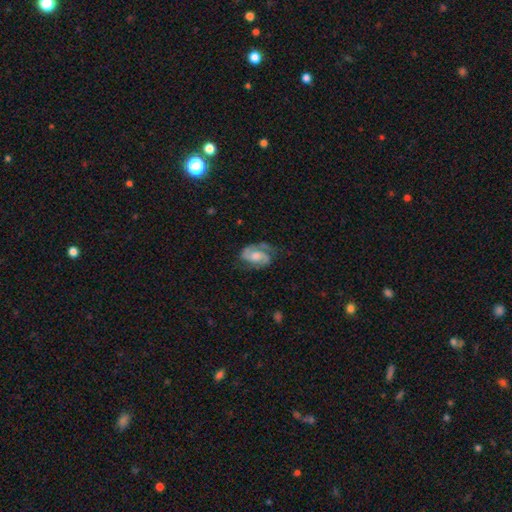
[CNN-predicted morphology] Q: Smooth or featured?
A: featured or disk (79%); runner-up: smooth (15%)
Q: Edge-on disk?
A: no (97%); runner-up: yes (3%)
Q: Bar?
A: no (54%); runner-up: weak (37%)
Q: Spiral arms?
A: yes (95%); runner-up: no (5%)
Q: Spiral winding?
A: medium (50%); runner-up: tight (30%)
Q: Spiral arm count?
A: 2 (86%); runner-up: can't tell (5%)
Q: Bulge size?
A: moderate (44%); runner-up: small (20%)
Q: Merging?
A: none (65%); runner-up: minor disturbance (22%)